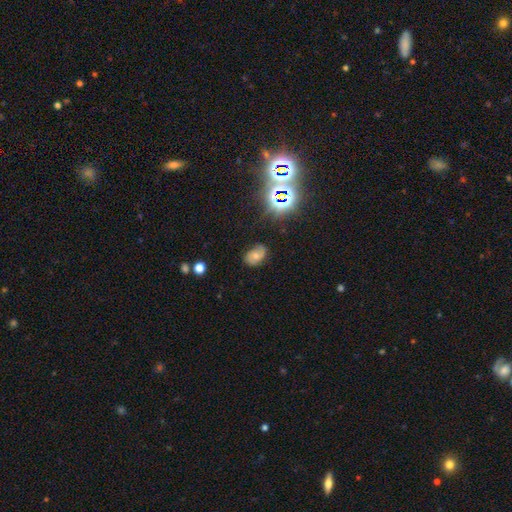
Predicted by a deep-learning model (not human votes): Smooth or featured?
  - smooth: 41% * (tied)
  - featured or disk: 41% * (tied)
  - star or artifact: 18%
Merging?
  - none: 68% *
  - minor disturbance: 23%
  - major disturbance: 7%
  - merger: 2%